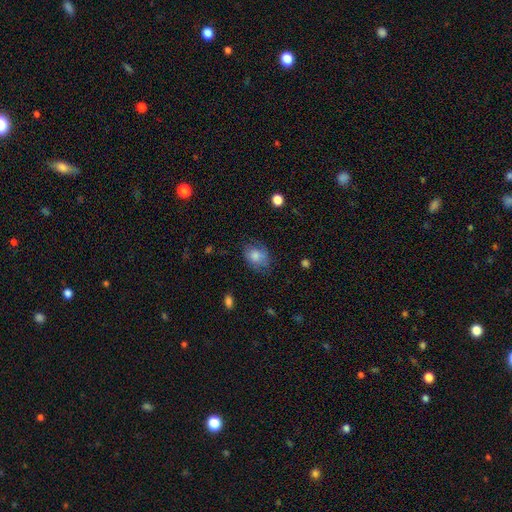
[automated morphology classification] A smooth galaxy with no disk features (75%) that is in between round and cigar-shaped (68%). Merging: none (66%).